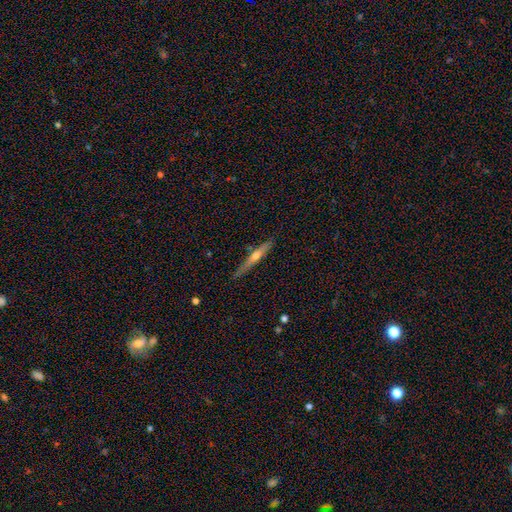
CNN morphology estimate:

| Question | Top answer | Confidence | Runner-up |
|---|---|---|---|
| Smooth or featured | featured or disk | 62% | smooth (32%) |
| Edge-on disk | yes | 96% | no (4%) |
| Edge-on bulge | rounded | 82% | none (14%) |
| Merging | none | 85% | minor disturbance (11%) |